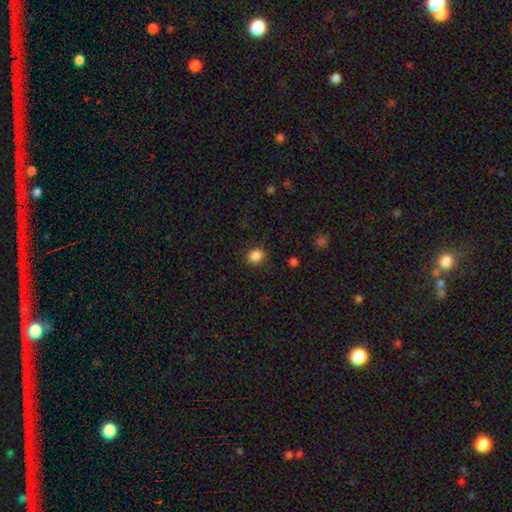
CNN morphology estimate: A smooth galaxy with no disk features (86%) that is round (65%).

Vote fractions:
- Smooth or featured? smooth: 86% / star or artifact: 11% / featured or disk: 4%
- How rounded? round: 65% / in between: 34% / cigar-shaped: 1%
- Merging? none: 87% / minor disturbance: 9% / major disturbance: 3% / merger: 1%